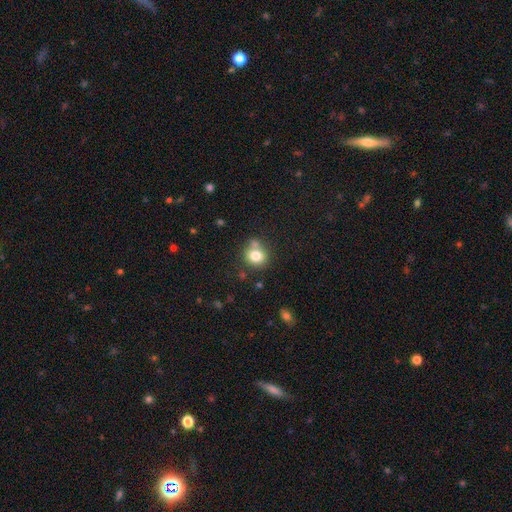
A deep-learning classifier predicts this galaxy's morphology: Smooth or featured?
  - smooth: 79% *
  - star or artifact: 11%
  - featured or disk: 10%
How rounded?
  - round: 74% *
  - in between: 25%
  - cigar-shaped: 1%
Merging?
  - none: 63% *
  - merger: 21%
  - minor disturbance: 13%
  - major disturbance: 4%